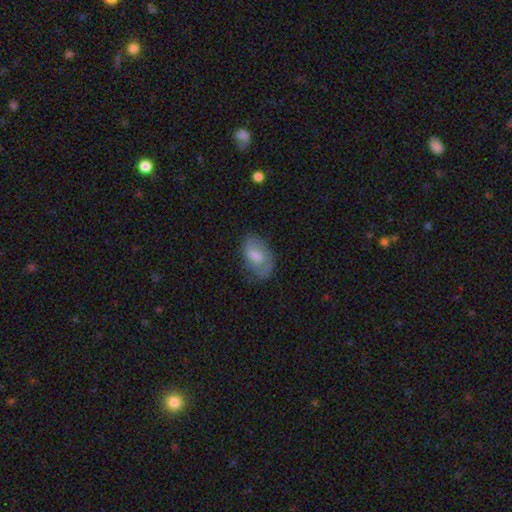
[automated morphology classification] type=smooth (60%); roundness=in between (90%); merging=none (62%).